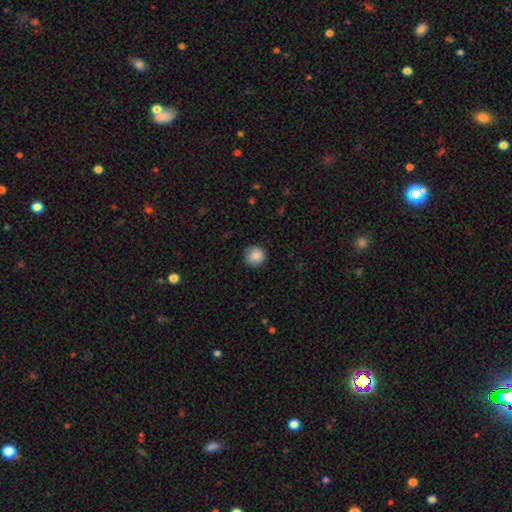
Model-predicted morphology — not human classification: A smooth galaxy with no disk features (88%) that is round (94%).

Vote fractions:
- Smooth or featured? smooth: 88% / star or artifact: 8% / featured or disk: 4%
- How rounded? round: 94% / in between: 5% / cigar-shaped: 1%
- Merging? none: 87% / minor disturbance: 10% / major disturbance: 2% / merger: 1%